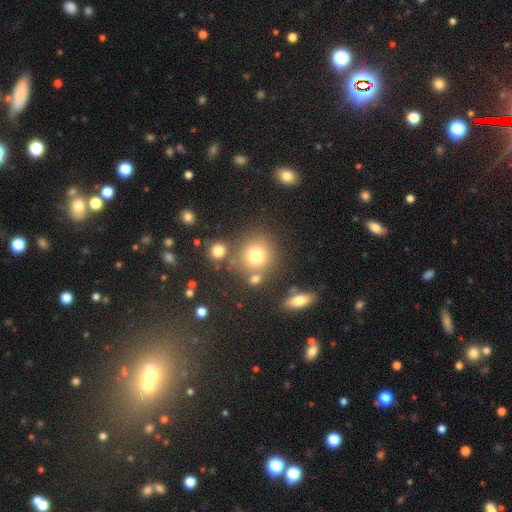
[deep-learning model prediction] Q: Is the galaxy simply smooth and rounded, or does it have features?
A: smooth — 75%.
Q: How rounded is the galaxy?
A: round — 87%.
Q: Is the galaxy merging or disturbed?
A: none — 69%.